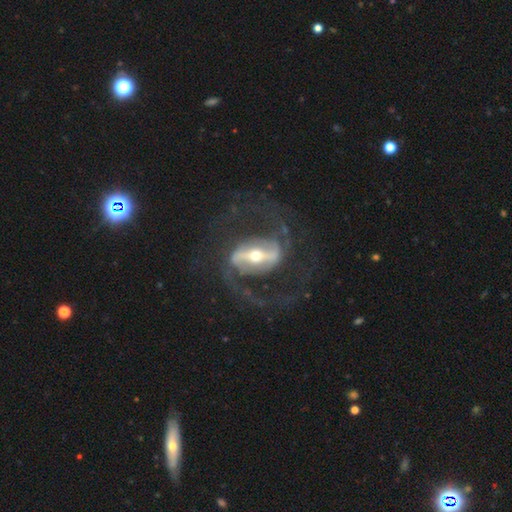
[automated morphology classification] type=featured or disk (90%); edge-on=no (95%); bar=strong (73%); spiral arms=yes (94%); winding=medium (54%); arm count=2 (90%); bulge=moderate (51%); merging=none (70%).